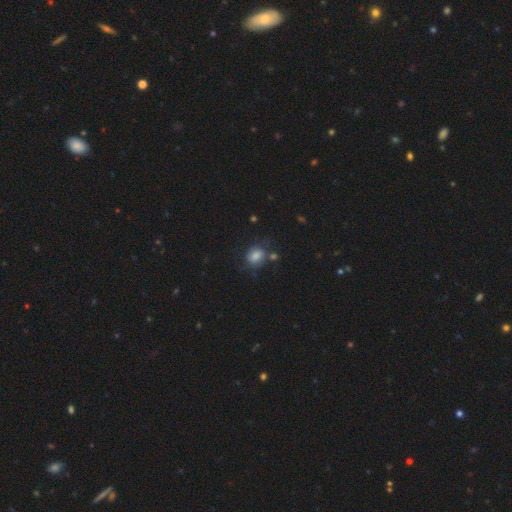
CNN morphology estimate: smooth 73%, featured or disk 14%, star or artifact 13%. Down the decision tree: how rounded — round (50%); merging — none (60%).